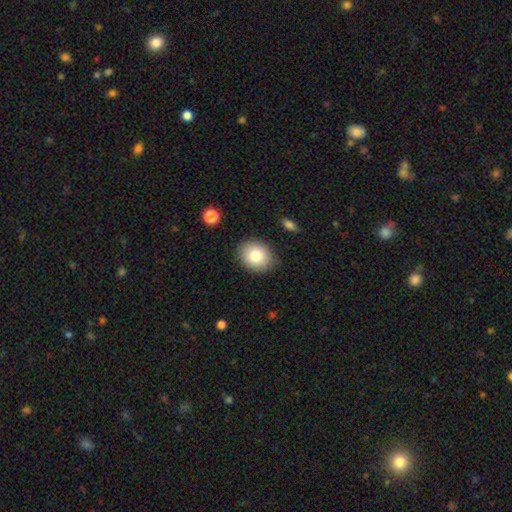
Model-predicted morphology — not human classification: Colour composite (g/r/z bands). It shows a smooth galaxy with no disk features (80%) that is round (61%). Merging: none (85%).